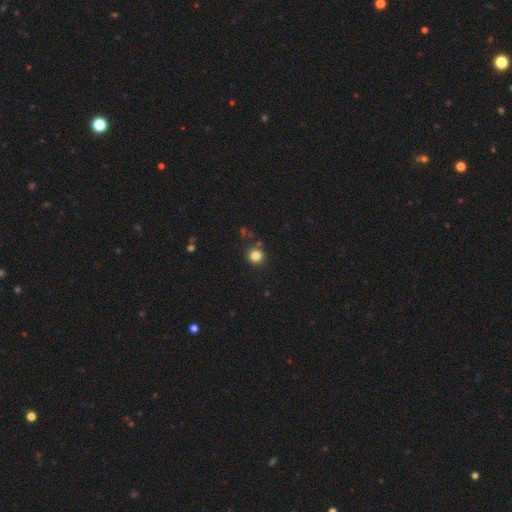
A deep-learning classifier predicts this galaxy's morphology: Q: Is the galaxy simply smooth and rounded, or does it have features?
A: smooth — 83%.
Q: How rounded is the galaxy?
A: round — 91%.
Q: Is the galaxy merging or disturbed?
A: none — 83%.